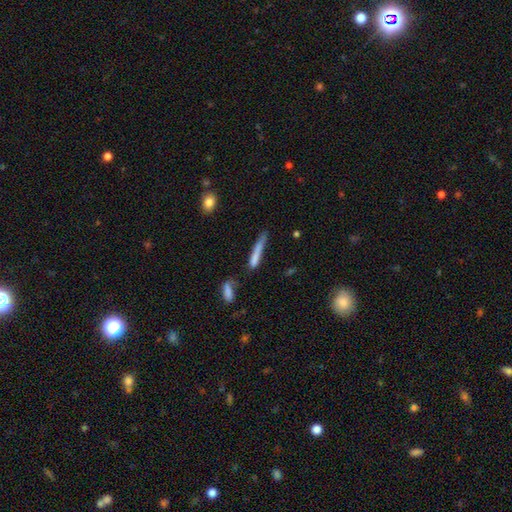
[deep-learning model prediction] Overall: smooth (72%). How rounded: cigar-shaped (93%). Merging: none (51%; minor disturbance 26%).